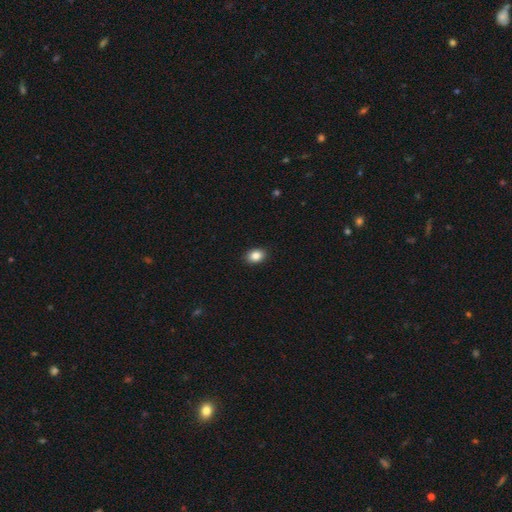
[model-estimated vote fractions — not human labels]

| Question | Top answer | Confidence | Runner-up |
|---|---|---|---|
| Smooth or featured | smooth | 86% | star or artifact (9%) |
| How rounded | in between | 76% | round (23%) |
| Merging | none | 91% | minor disturbance (6%) |